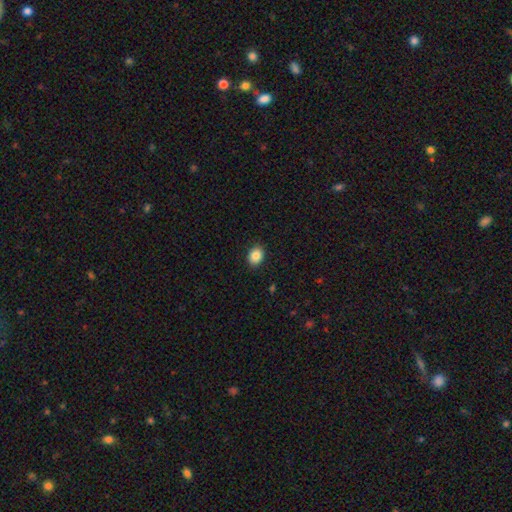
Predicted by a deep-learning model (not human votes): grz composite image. It shows a smooth galaxy with no disk features (86%) that is in between round and cigar-shaped (57%). Merging: none (90%).